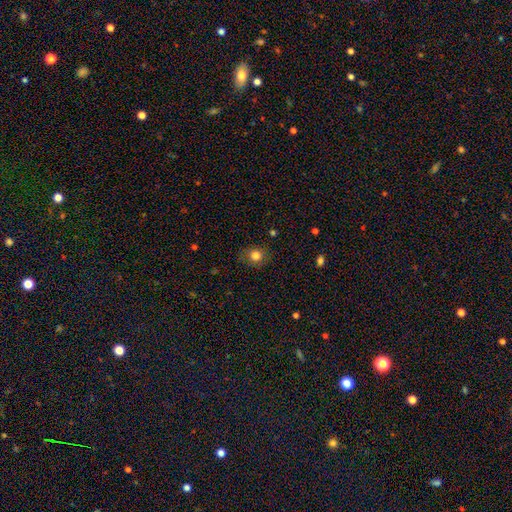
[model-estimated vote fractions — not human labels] The model was most divided on "how rounded": round: 78%, in between: 21%, cigar-shaped: 1%. More confident: smooth or featured — smooth (81%); merging — none (81%).